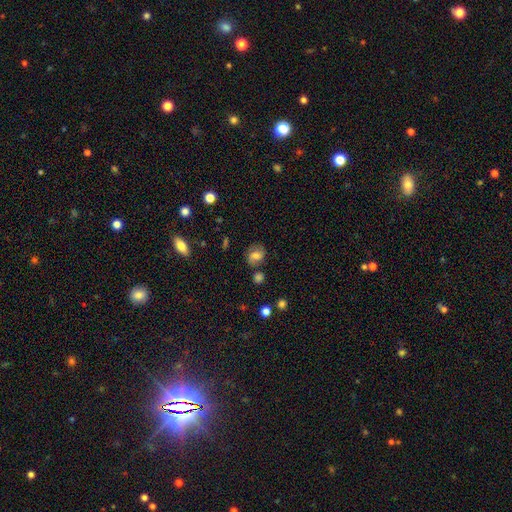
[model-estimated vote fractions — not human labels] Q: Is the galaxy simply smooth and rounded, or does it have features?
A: smooth — 52%.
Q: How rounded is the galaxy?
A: round — 53%.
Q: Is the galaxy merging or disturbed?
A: none — 70%.